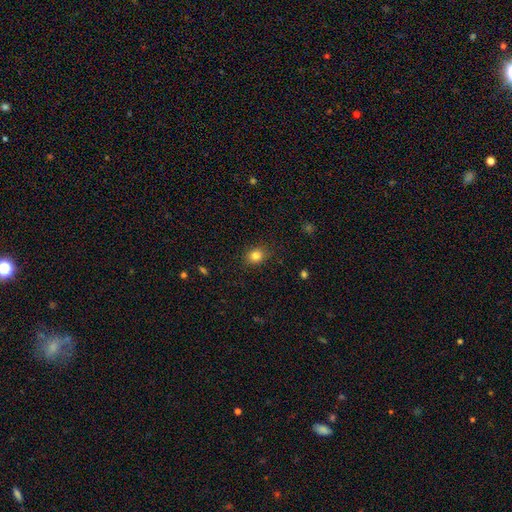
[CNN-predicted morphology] This is clearly a smooth galaxy (83%). How rounded: possibly round (59%). Merging: clearly none (85%).